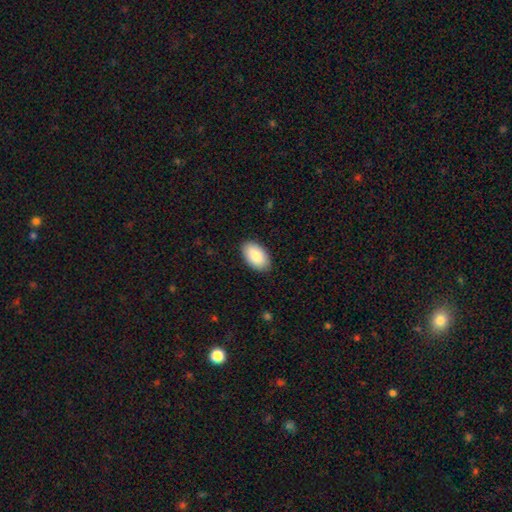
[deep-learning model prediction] Overall: smooth (88%). How rounded: in between (95%). Merging: none (88%).